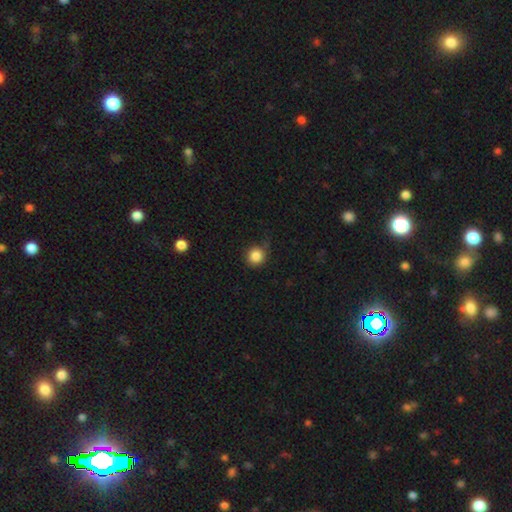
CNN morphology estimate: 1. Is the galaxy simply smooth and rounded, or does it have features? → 85% smooth, 10% star or artifact, 5% featured or disk.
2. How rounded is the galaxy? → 92% round, 7% in between, 1% cigar-shaped.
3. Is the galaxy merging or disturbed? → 70% none, 21% minor disturbance, 6% major disturbance, 2% merger.